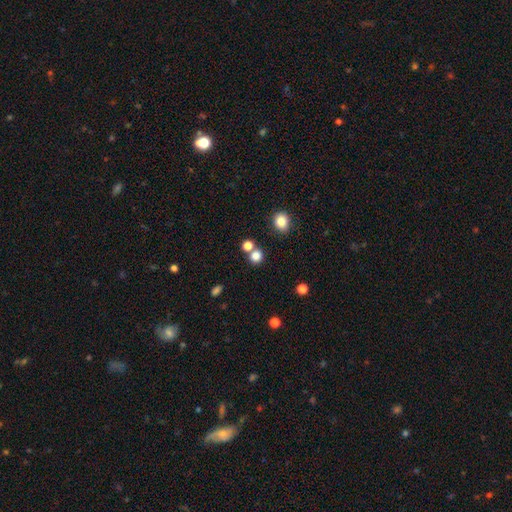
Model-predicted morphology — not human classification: A smooth galaxy with no disk features (79%) that is round (87%). Merging: none (67%).